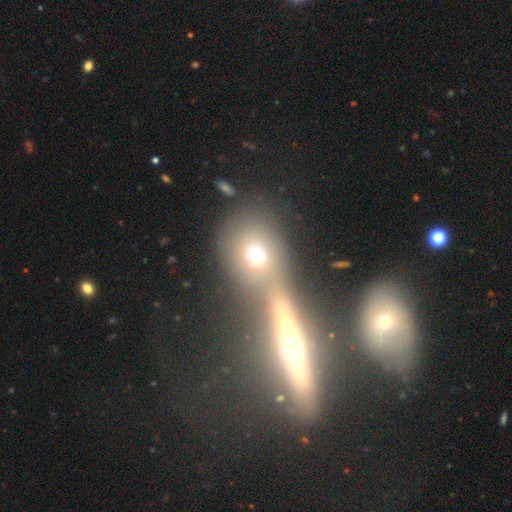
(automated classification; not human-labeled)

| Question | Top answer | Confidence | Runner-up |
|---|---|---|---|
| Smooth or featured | smooth | 64% | featured or disk (21%) |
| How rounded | round | 53% | in between (45%) |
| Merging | merger | 57% | none (29%) |